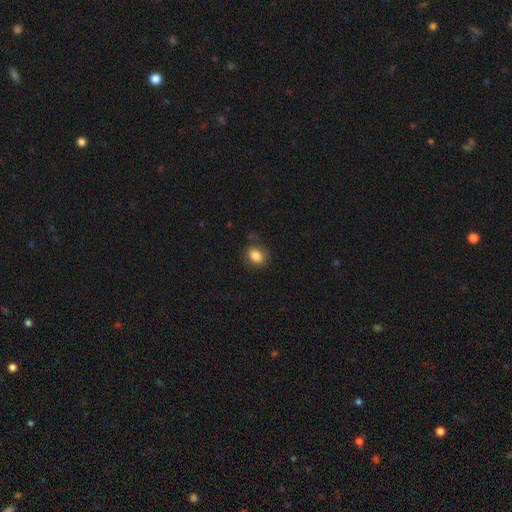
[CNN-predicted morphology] This appears to be a smooth galaxy with no disk features (84%) that is in between round and cigar-shaped (61%). Merging: none (75%).